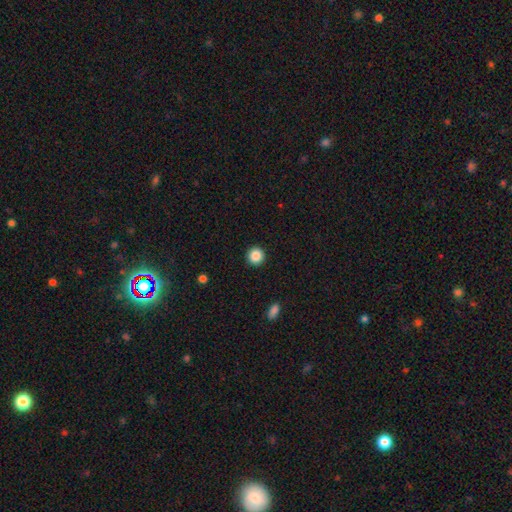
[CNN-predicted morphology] This appears to be a smooth galaxy with no disk features (88%) that is round (95%). Merging: none (93%).